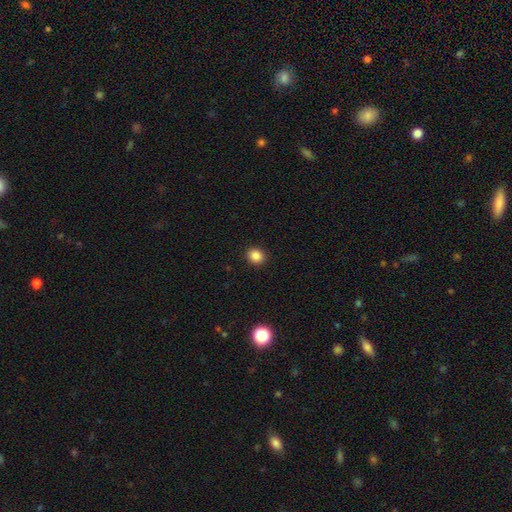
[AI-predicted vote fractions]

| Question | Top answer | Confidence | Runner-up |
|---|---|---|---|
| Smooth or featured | smooth | 86% | star or artifact (10%) |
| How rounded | round | 74% | in between (25%) |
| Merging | none | 92% | minor disturbance (5%) |